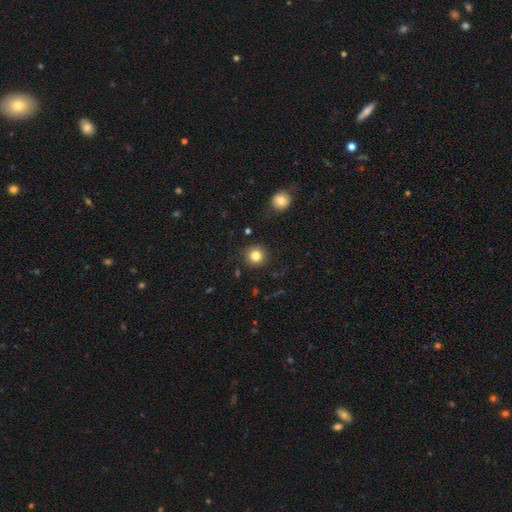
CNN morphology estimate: Smooth or featured: smooth — 82% (star or artifact — 12%)
How rounded: round — 94% (in between — 5%)
Merging: none — 88% (minor disturbance — 7%)